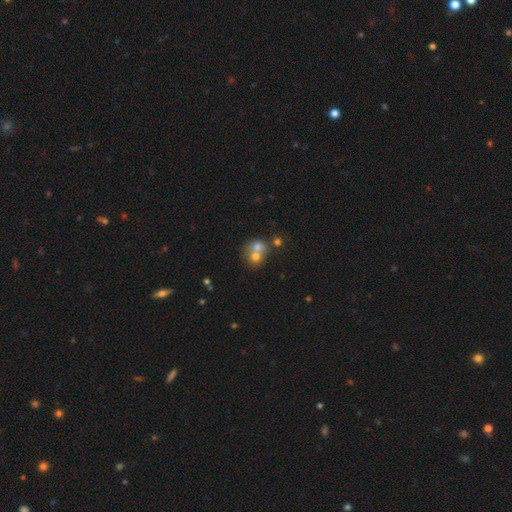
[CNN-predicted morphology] A smooth galaxy with no disk features (64%) that is round (74%). Merging: merger (64%).